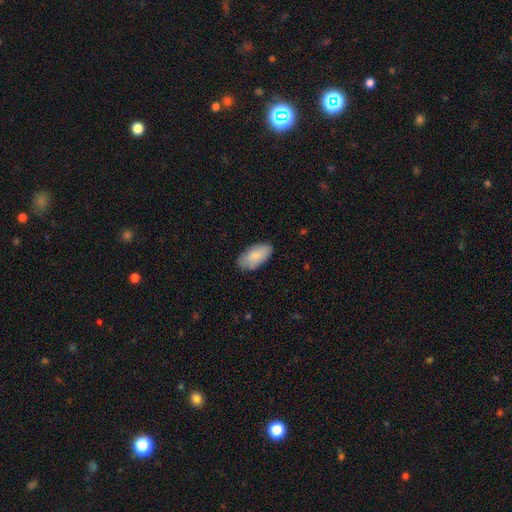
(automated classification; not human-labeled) Overall: smooth (86%). How rounded: in between (94%). Merging: none (82%).